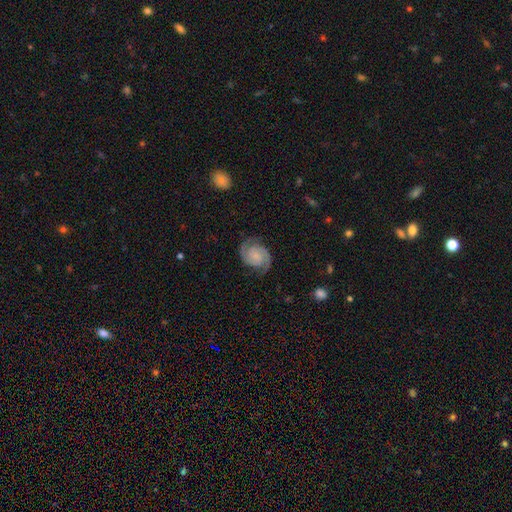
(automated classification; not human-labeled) Q: Smooth or featured?
A: featured or disk (89%); runner-up: smooth (6%)
Q: Edge-on disk?
A: no (98%); runner-up: yes (2%)
Q: Bar?
A: no (66%); runner-up: weak (27%)
Q: Spiral arms?
A: yes (98%); runner-up: no (2%)
Q: Spiral winding?
A: medium (46%); runner-up: tight (45%)
Q: Spiral arm count?
A: 2 (93%); runner-up: can't tell (2%)
Q: Bulge size?
A: small (54%); runner-up: none (26%)
Q: Merging?
A: none (82%); runner-up: minor disturbance (12%)